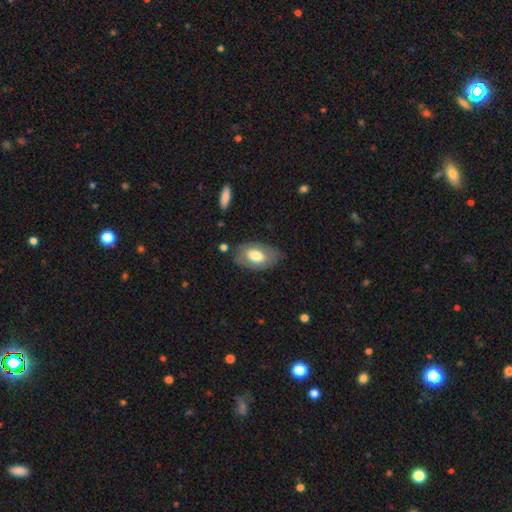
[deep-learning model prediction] This is likely a smooth galaxy (64%). How rounded: clearly in between (92%). Merging: likely none (74%).